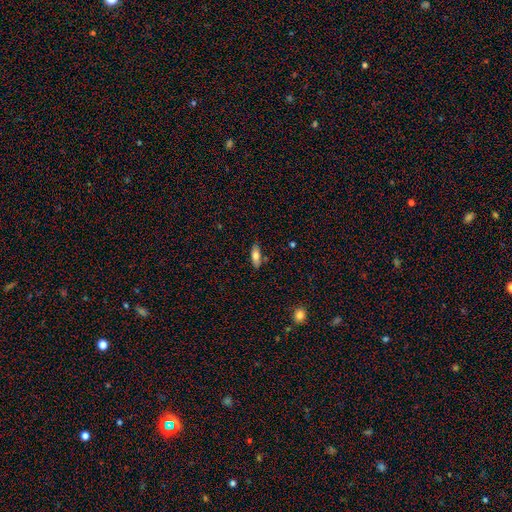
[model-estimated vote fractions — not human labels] Smooth or featured: smooth — 74% (featured or disk — 18%)
How rounded: in between — 73% (cigar-shaped — 25%)
Merging: none — 81% (minor disturbance — 13%)